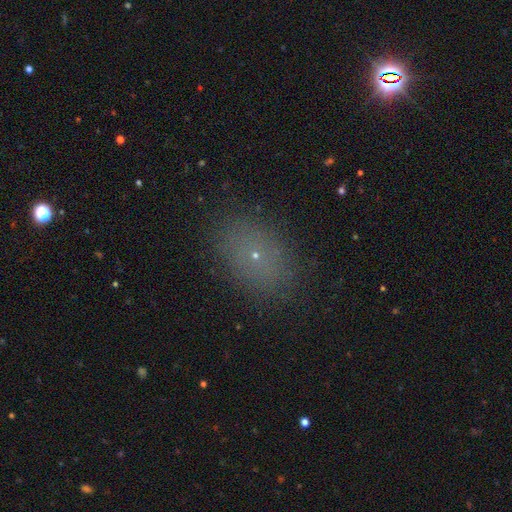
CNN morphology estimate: smooth_or_featured: smooth (p=0.64) [alt: star or artifact p=0.23]
how_rounded: in between (p=0.71) [alt: round p=0.28]
merging: none (p=0.85) [alt: minor disturbance p=0.10]